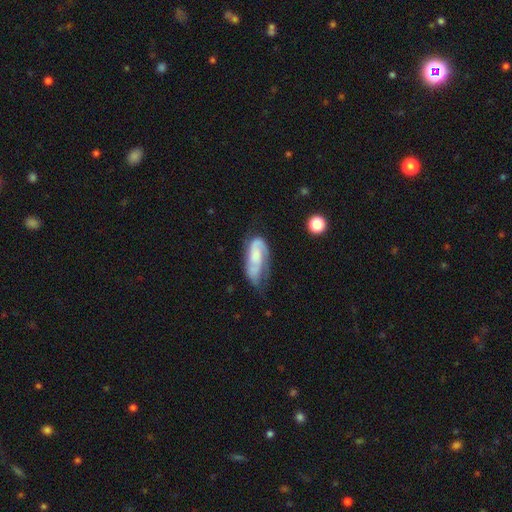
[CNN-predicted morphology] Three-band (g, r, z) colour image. It shows a featured or disk galaxy (66%) with no bar (59%), 2 (70%) medium (44%) spiral arms (90%) and a small central bulge (36%). Merging: none (47%).